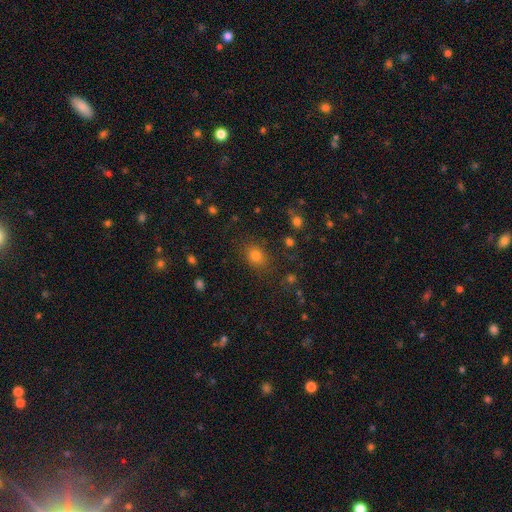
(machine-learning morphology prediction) smooth 76%, star or artifact 17%, featured or disk 7%. Down the decision tree: how rounded — round (54%); merging — none (81%).